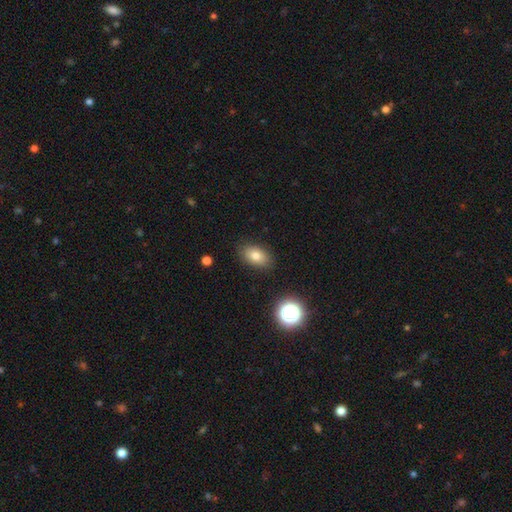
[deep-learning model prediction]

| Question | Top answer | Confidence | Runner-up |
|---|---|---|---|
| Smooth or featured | smooth | 78% | featured or disk (11%) |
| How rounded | in between | 86% | round (12%) |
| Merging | none | 86% | minor disturbance (10%) |